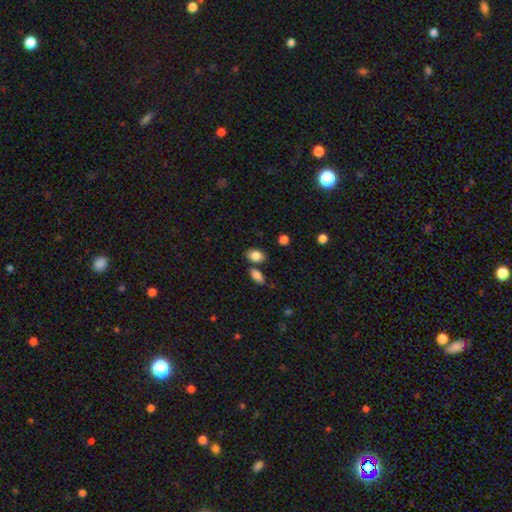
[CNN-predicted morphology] Overall: smooth (86%). How rounded: in between (82%). Merging: none (70%).